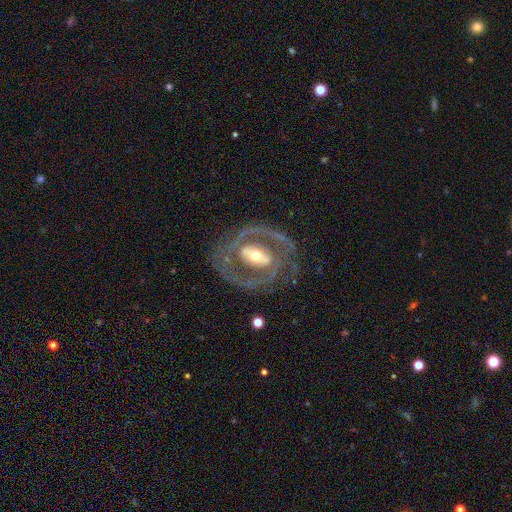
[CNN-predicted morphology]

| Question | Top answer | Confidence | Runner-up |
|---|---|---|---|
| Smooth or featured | featured or disk | 85% | smooth (10%) |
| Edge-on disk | no | 95% | yes (5%) |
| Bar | strong | 50% | weak (29%) |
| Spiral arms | yes | 80% | no (20%) |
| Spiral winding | medium | 44% | tight (41%) |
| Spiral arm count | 2 | 78% | can't tell (10%) |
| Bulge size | moderate | 56% | small (31%) |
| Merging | none | 70% | minor disturbance (15%) |